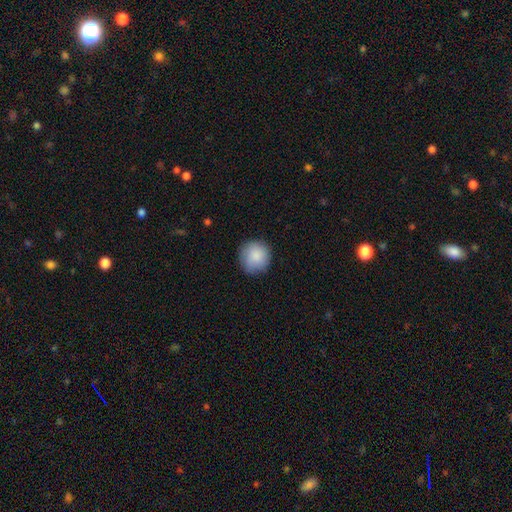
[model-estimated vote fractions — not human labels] Smooth or featured? smooth (87%)
How rounded? round (93%)
Merging? none (83%)